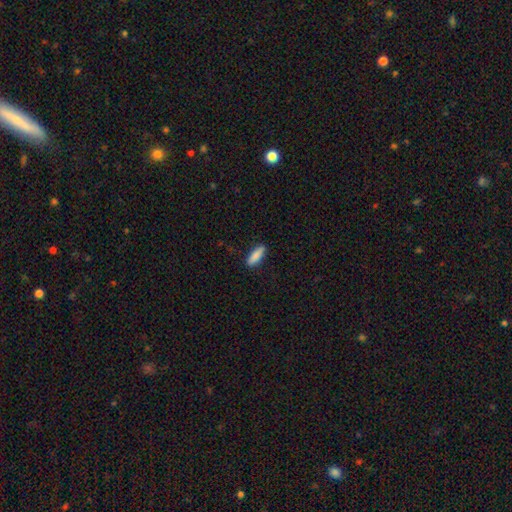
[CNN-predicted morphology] This is clearly a smooth galaxy (85%). How rounded: possibly in between (50%). Merging: clearly none (88%).